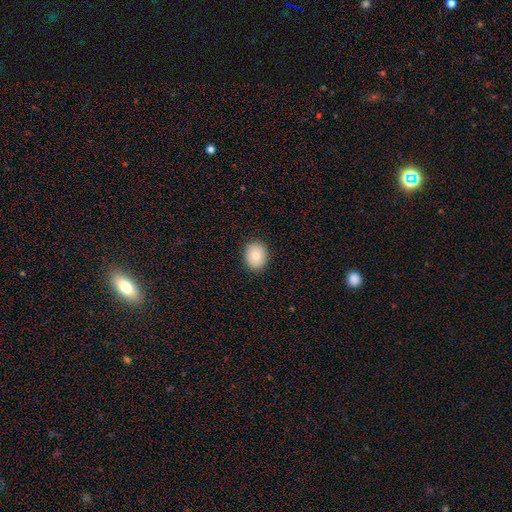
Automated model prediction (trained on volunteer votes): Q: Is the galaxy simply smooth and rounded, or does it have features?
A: smooth — 84%.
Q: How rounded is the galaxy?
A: round — 55%.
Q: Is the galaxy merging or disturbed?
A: none — 89%.